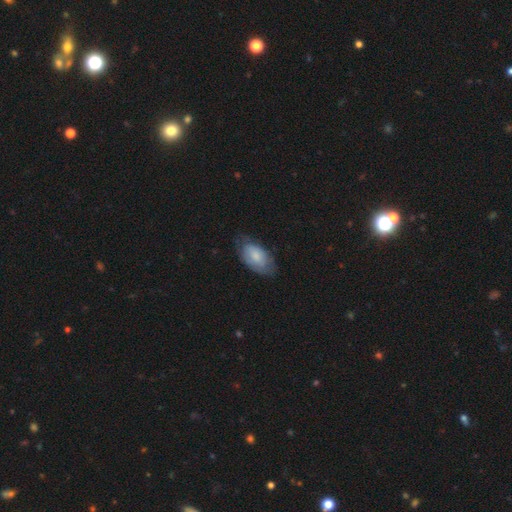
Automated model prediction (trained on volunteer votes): Morphology: type=smooth (70%); roundness=in between (94%); merging=none (61%).